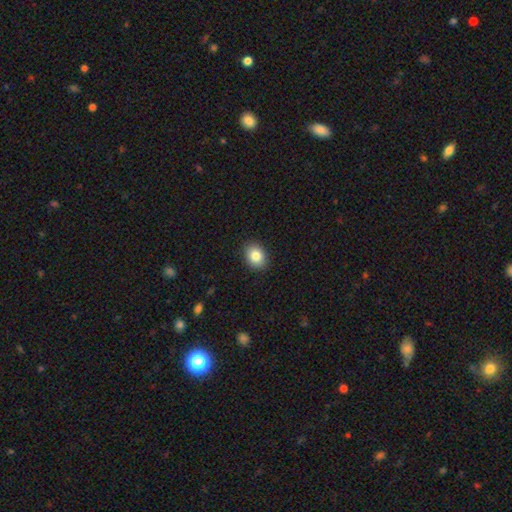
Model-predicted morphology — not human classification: type=smooth (84%); roundness=in between (56%); merging=none (90%).